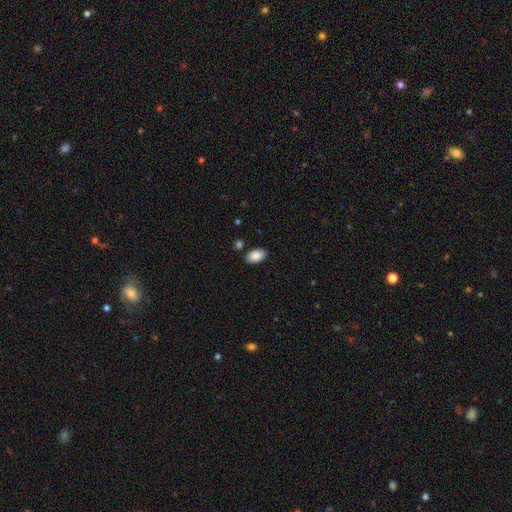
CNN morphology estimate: This is clearly a smooth galaxy (88%). How rounded: clearly in between (93%). Merging: clearly none (85%).